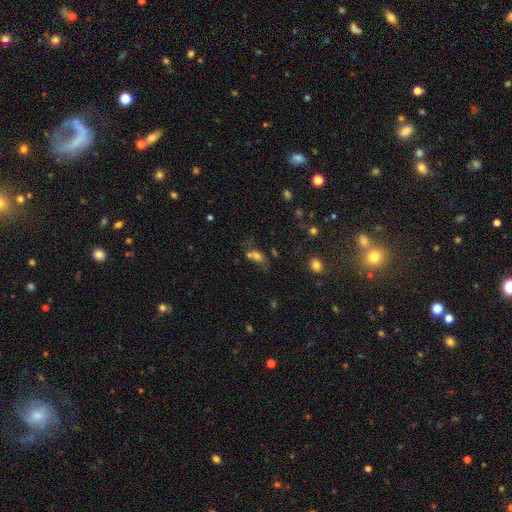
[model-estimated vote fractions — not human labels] smooth 63%, star or artifact 20%, featured or disk 18%. Down the decision tree: how rounded — in between (73%); merging — merger (36%).